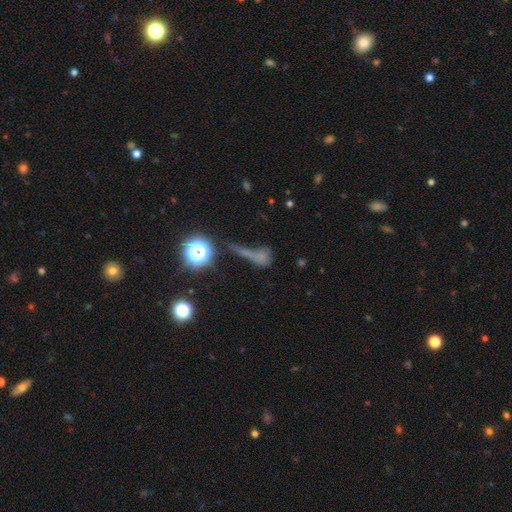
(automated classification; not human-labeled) This appears to be a smooth galaxy with no disk features (46%). Merging: none (40%).